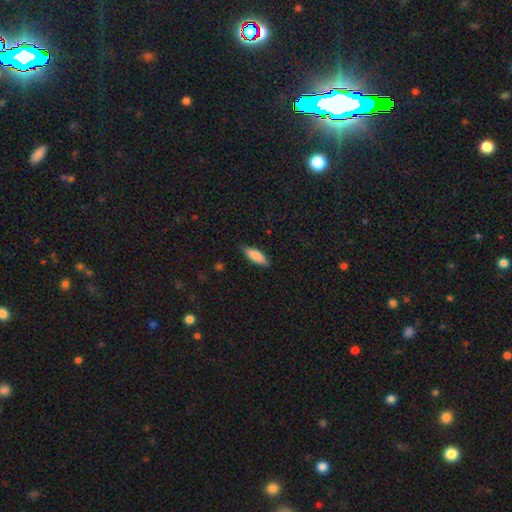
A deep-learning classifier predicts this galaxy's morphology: This is clearly a smooth galaxy (82%). How rounded: possibly in between (57%). Merging: clearly none (86%).